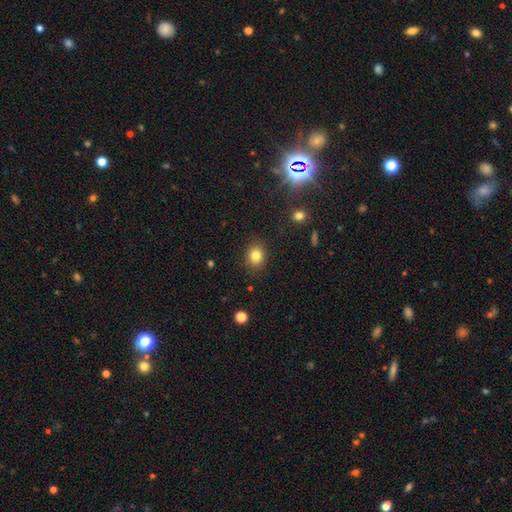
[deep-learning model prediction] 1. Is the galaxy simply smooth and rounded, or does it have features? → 82% smooth, 11% star or artifact, 7% featured or disk.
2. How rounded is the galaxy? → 62% round, 37% in between, 1% cigar-shaped.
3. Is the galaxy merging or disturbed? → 87% none, 9% minor disturbance, 3% major disturbance, 1% merger.